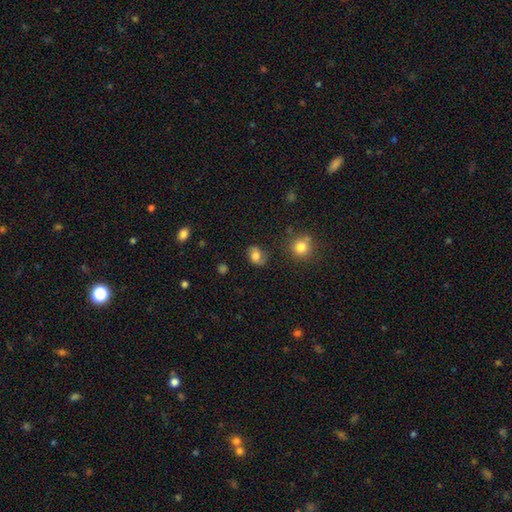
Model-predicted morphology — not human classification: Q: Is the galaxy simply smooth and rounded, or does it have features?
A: smooth — 76%.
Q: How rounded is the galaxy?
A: in between — 65%.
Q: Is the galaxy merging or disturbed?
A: none — 77%.